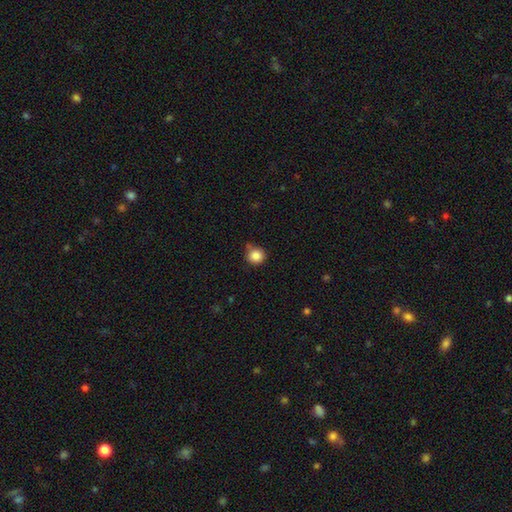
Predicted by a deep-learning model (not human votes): Smooth or featured? Predicted: smooth (p=0.85). How rounded? Predicted: round (p=0.93). Merging? Predicted: none (p=0.76).